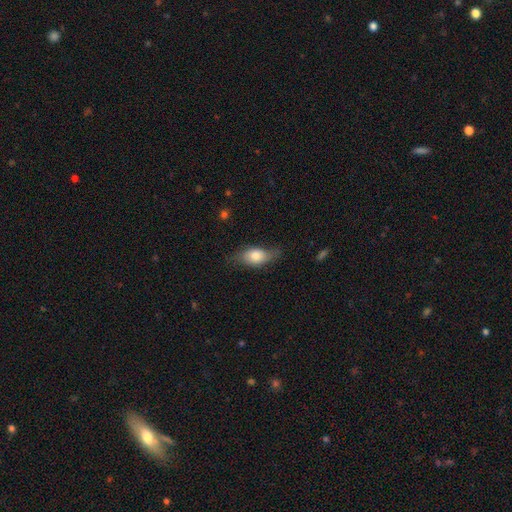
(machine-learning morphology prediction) smooth-or-featured: smooth: 70% | featured or disk: 23% | star or artifact: 7%
  how-rounded: in between: 83% | round: 9% | cigar-shaped: 8%
  merging: none: 59% | minor disturbance: 30% | major disturbance: 10% | merger: 2%